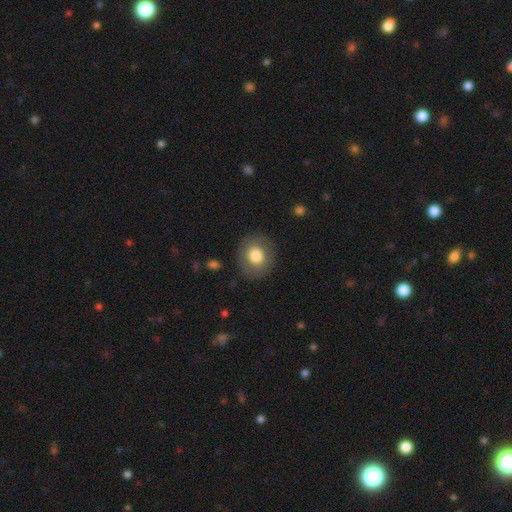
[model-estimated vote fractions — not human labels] The model was most divided on "how rounded": round: 75%, in between: 24%, cigar-shaped: 1%. More confident: merging — none (86%); smooth or featured — smooth (76%).